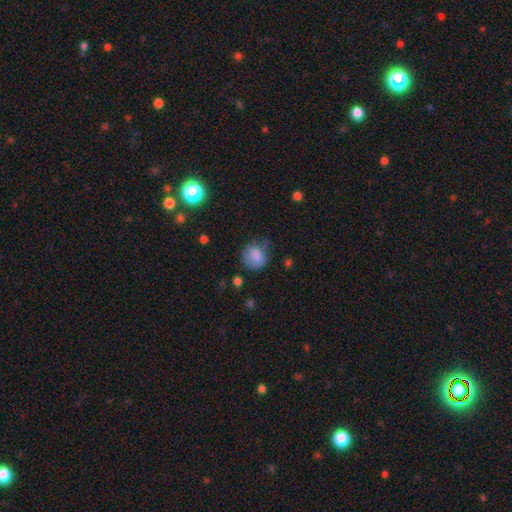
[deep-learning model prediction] Smooth or featured?
  - smooth: 81% *
  - star or artifact: 10%
  - featured or disk: 9%
How rounded?
  - round: 74% *
  - in between: 25%
  - cigar-shaped: 1%
Merging?
  - none: 55% *
  - minor disturbance: 30%
  - major disturbance: 12%
  - merger: 3%